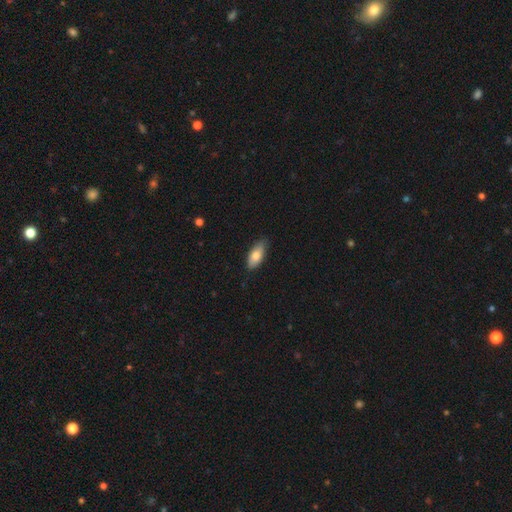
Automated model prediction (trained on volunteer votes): smooth-or-featured: smooth: 76% | featured or disk: 18% | star or artifact: 6%
  how-rounded: in between: 84% | cigar-shaped: 14% | round: 2%
  merging: none: 81% | minor disturbance: 16% | major disturbance: 2% | merger: 1%